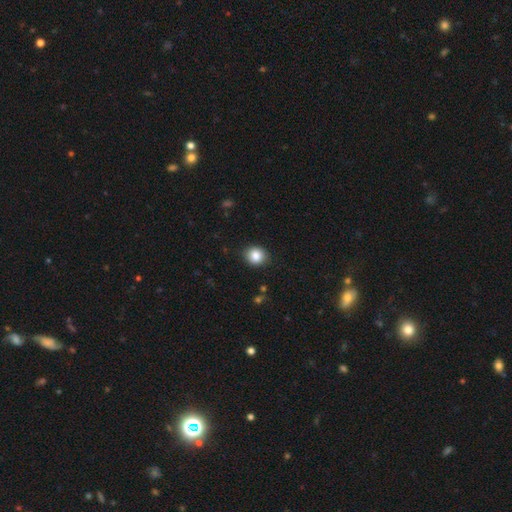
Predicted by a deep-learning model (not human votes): This is clearly a smooth galaxy (86%). How rounded: likely round (73%). Merging: clearly none (87%).